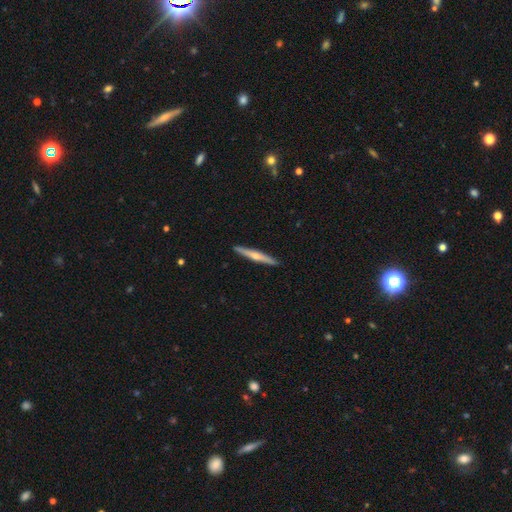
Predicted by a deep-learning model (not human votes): This is possibly a featured or disk galaxy (55%). It is clearly viewed edge-on (97%). Edge-on bulge: likely rounded (77%). Merging: clearly none (92%).